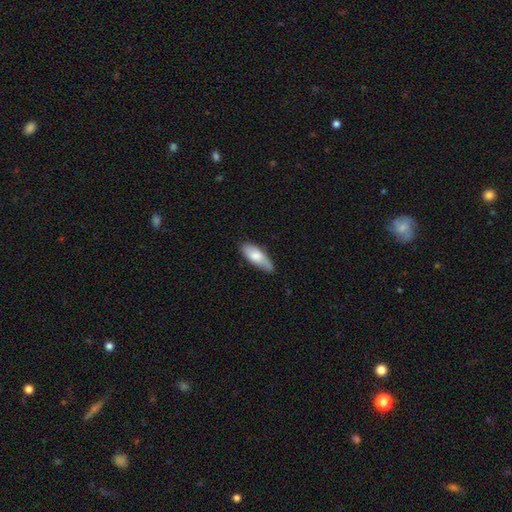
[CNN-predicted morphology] smooth 74%, featured or disk 20%, star or artifact 6%. Down the decision tree: how rounded — in between (70%); merging — none (66%).